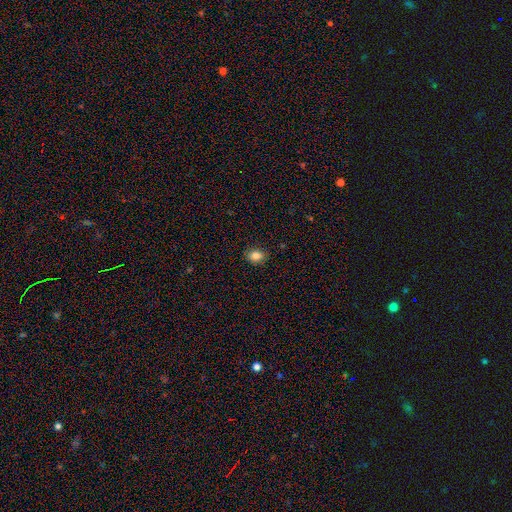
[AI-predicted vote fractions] This appears to be a smooth galaxy with no disk features (84%) that is in between round and cigar-shaped (61%). Merging: none (87%).